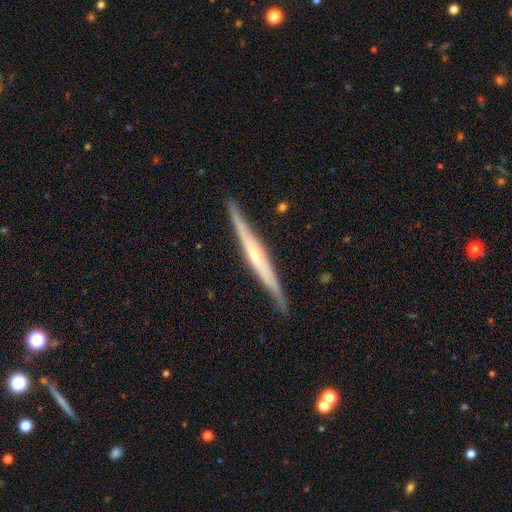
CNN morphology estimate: A featured or disk galaxy (71%) viewed edge-on (97%) with a rounded central bulge (47%). Merging: none (87%).